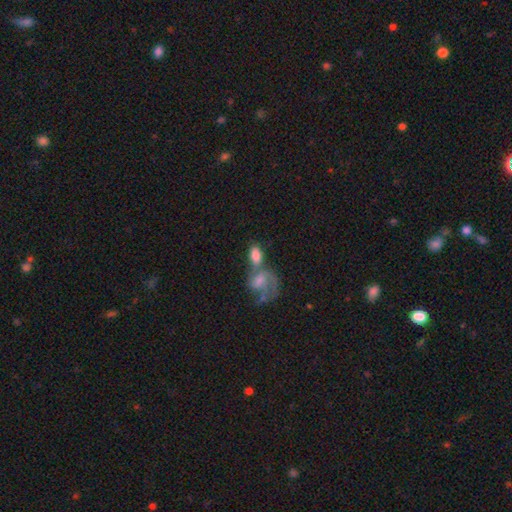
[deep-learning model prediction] Smooth or featured? Predicted: smooth (p=0.72). How rounded? Predicted: in between (p=0.86). Merging? Predicted: merger (p=0.53).